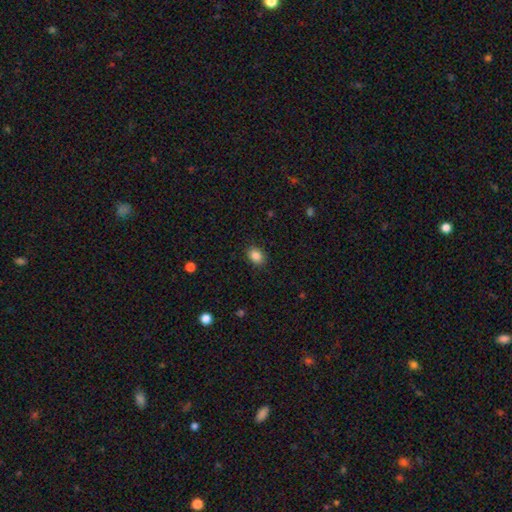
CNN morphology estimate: Smooth or featured? Predicted: smooth (p=0.86). How rounded? Predicted: in between (p=0.66). Merging? Predicted: none (p=0.88).